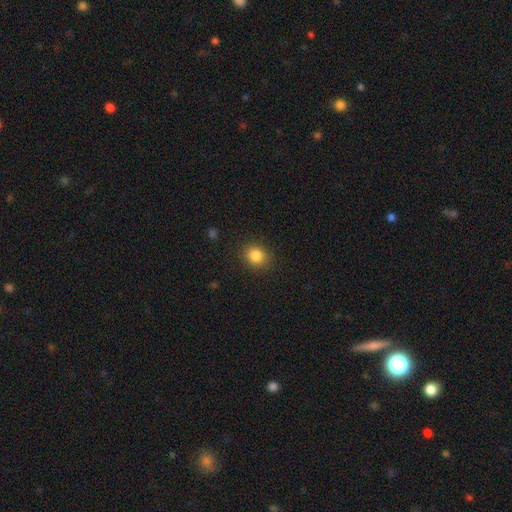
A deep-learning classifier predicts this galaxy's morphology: type=smooth (84%); roundness=round (72%); merging=none (88%).